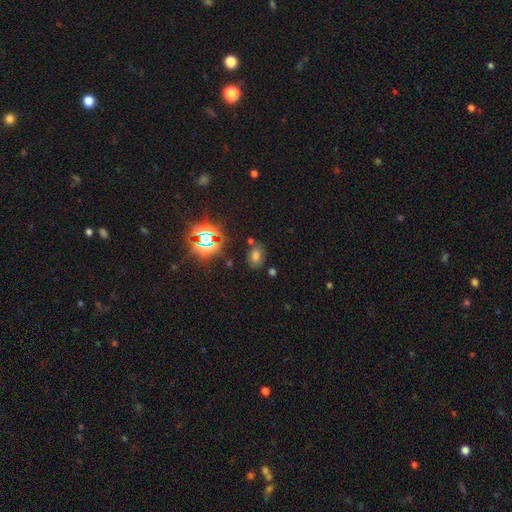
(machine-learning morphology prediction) Overall: smooth (59%; star or artifact 29%). How rounded: in between (78%). Merging: none (70%).